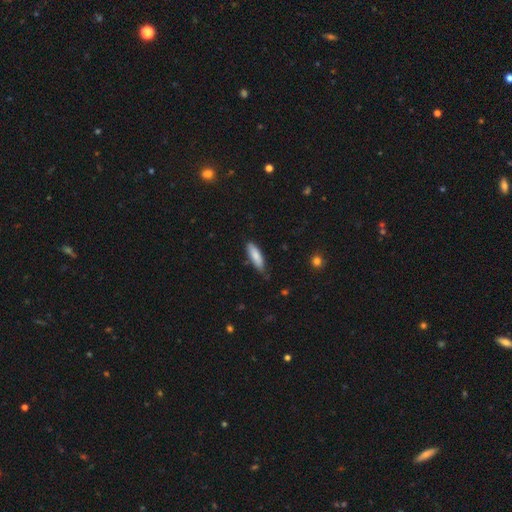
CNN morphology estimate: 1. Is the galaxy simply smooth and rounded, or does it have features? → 80% smooth, 14% featured or disk, 6% star or artifact.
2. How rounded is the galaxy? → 50% in between, 48% cigar-shaped, 2% round.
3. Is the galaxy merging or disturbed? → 74% none, 22% minor disturbance, 3% major disturbance, 2% merger.